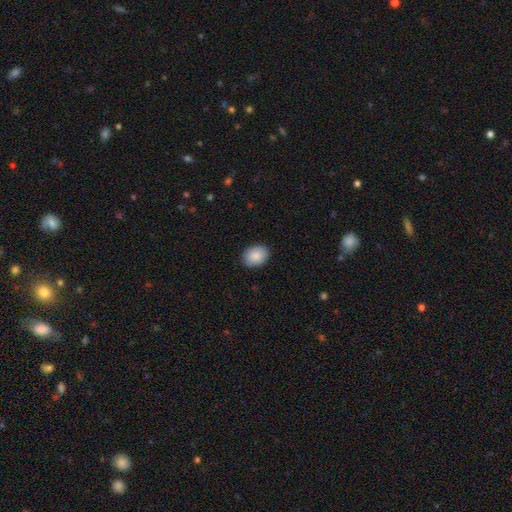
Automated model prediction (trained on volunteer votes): A smooth galaxy with no disk features (89%) that is in between round and cigar-shaped (71%).

Vote fractions:
- Smooth or featured? smooth: 89% / star or artifact: 6% / featured or disk: 5%
- How rounded? in between: 71% / round: 28% / cigar-shaped: 1%
- Merging? none: 89% / minor disturbance: 8% / major disturbance: 2% / merger: 1%